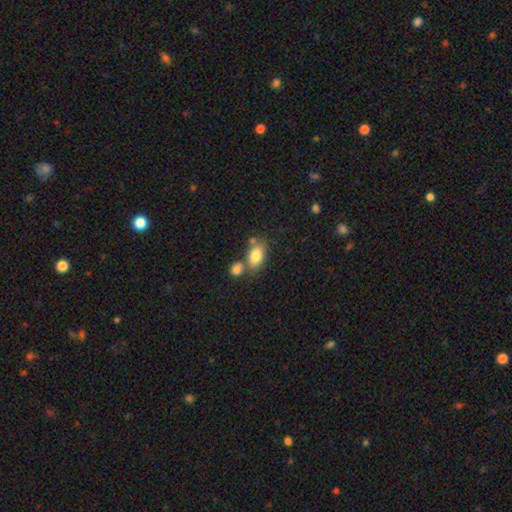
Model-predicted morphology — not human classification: This is clearly a smooth galaxy (80%). How rounded: clearly in between (85%). Merging: possibly none (51%).